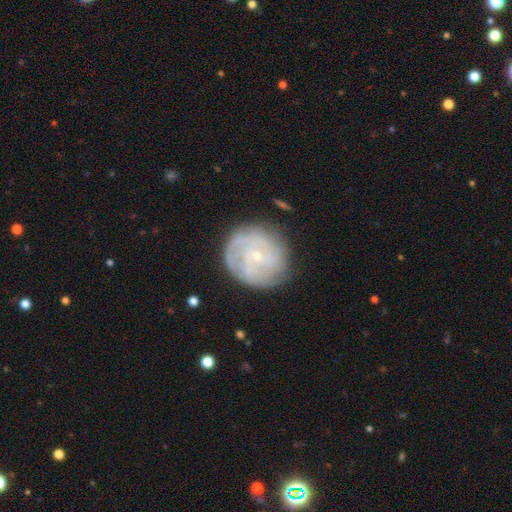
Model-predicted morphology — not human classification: smooth-or-featured: featured or disk: 68% | smooth: 24% | star or artifact: 8%
  disk-edge-on: no: 97% | yes: 3%
    bar: no: 76% | weak: 20% | strong: 4%
    has-spiral-arms: yes: 81% | no: 19%
      spiral-winding: tight: 68% | medium: 24% | loose: 8%
      spiral-arm-count: can't tell: 49% | 3: 14% | 2: 13% | 4: 13% | more than 4: 6% | 1: 6%
    bulge-size: small: 84% | moderate: 12% | none: 2% | large: 1% | dominant: 1%
  merging: none: 76% | minor disturbance: 16% | major disturbance: 6% | merger: 1%